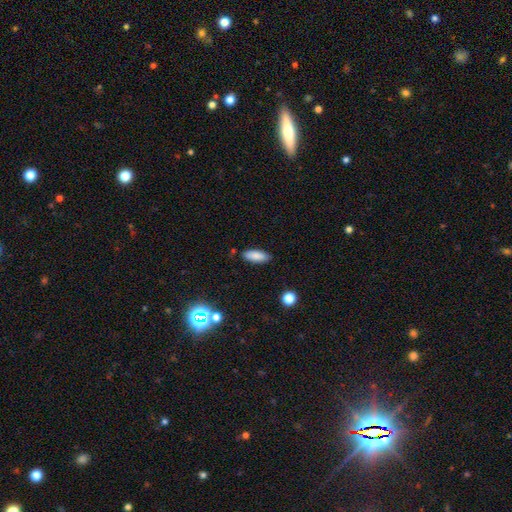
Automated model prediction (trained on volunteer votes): Smooth or featured: smooth — 85% (star or artifact — 8%)
How rounded: in between — 74% (cigar-shaped — 23%)
Merging: none — 86% (minor disturbance — 11%)